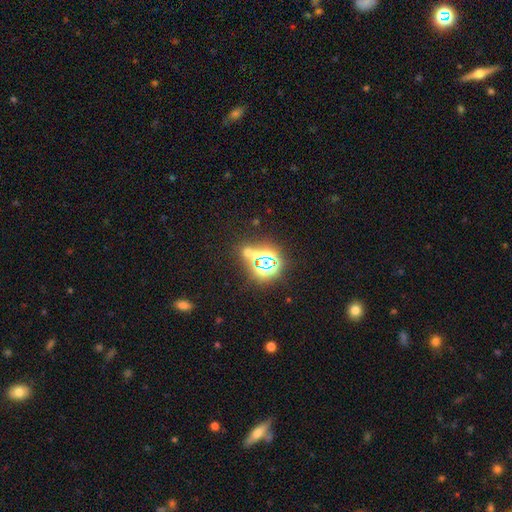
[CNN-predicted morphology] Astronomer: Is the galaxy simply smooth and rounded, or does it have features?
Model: star or artifact — 64%.